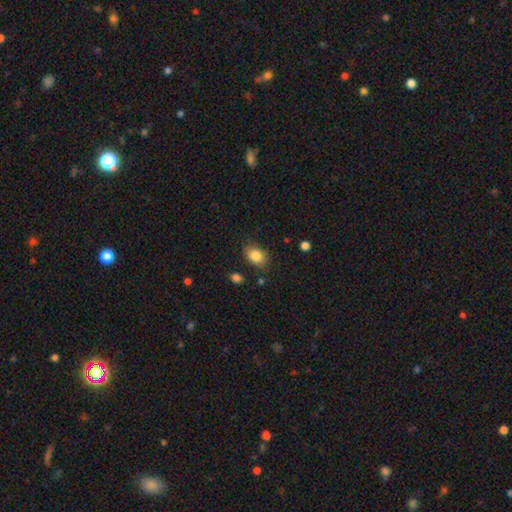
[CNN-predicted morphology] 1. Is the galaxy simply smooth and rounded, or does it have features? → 85% smooth, 9% star or artifact, 6% featured or disk.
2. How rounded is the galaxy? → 72% in between, 27% round, 1% cigar-shaped.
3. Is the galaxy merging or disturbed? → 80% none, 14% minor disturbance, 4% major disturbance, 2% merger.